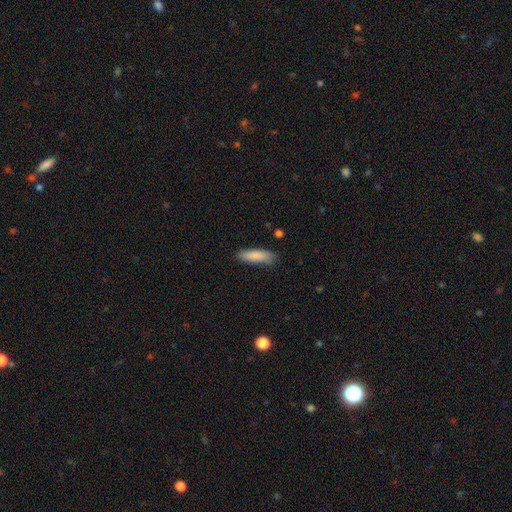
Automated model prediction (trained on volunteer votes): Smooth or featured?
  - smooth: 87% *
  - featured or disk: 7%
  - star or artifact: 6%
How rounded?
  - cigar-shaped: 56% *
  - in between: 43%
  - round: 2%
Merging?
  - none: 83% *
  - minor disturbance: 13%
  - major disturbance: 2%
  - merger: 1%